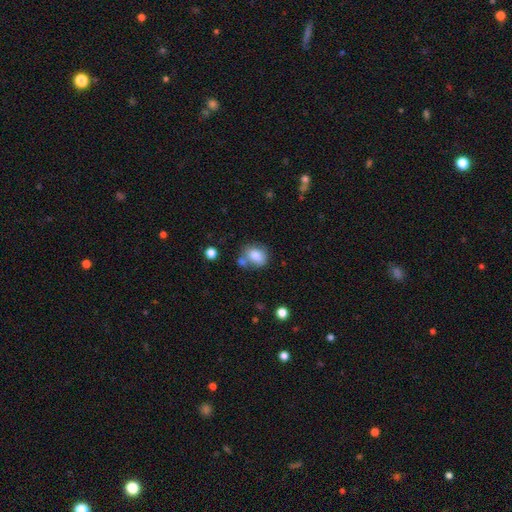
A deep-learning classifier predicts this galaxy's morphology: Overall: smooth (81%). How rounded: in between (58%; round 41%). Merging: none (53%; merger 23%).